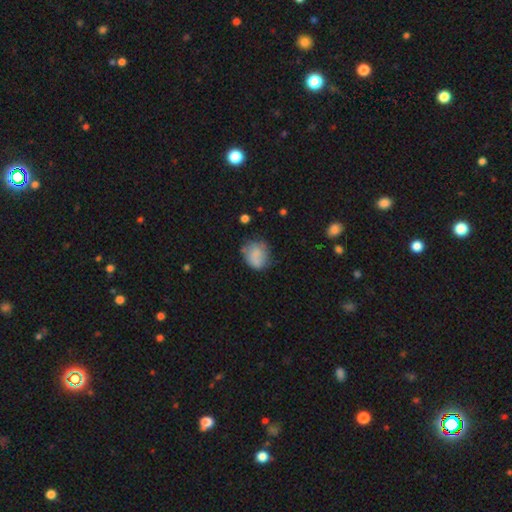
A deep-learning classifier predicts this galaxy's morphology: A smooth galaxy with no disk features (72%) that is round (68%).

Vote fractions:
- Smooth or featured? smooth: 72% / featured or disk: 19% / star or artifact: 9%
- How rounded? round: 68% / in between: 31% / cigar-shaped: 1%
- Merging? none: 54% / minor disturbance: 29% / major disturbance: 13% / merger: 4%